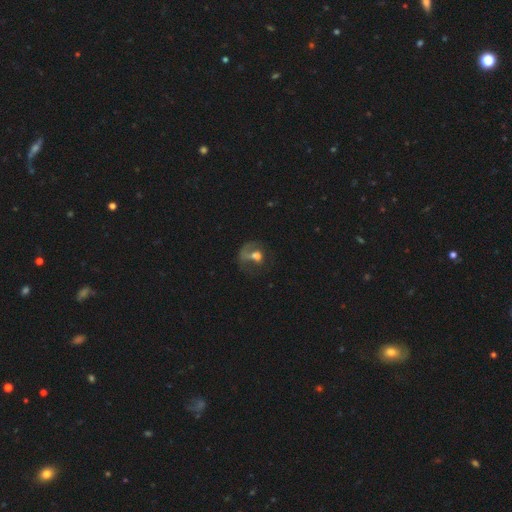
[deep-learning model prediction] This appears to be a featured or disk galaxy (50%). Merging: major disturbance (45%).